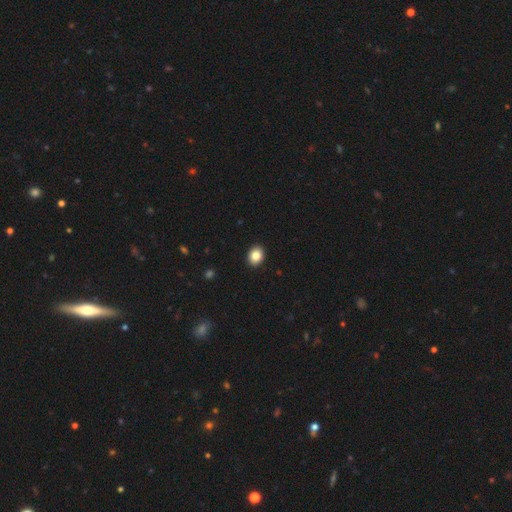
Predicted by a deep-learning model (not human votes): Smooth or featured? smooth (85%)
How rounded? in between (53%)
Merging? none (92%)